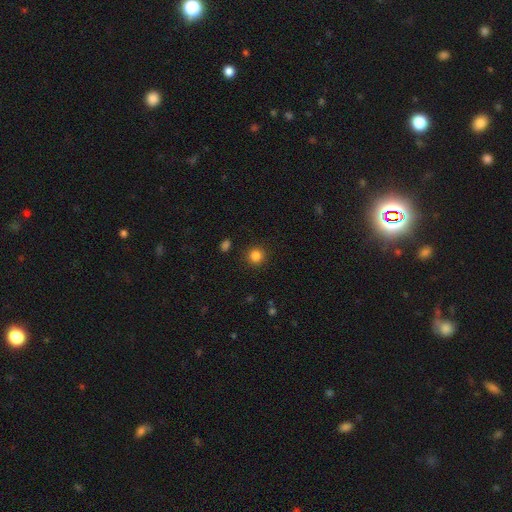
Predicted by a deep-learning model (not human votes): A smooth galaxy with no disk features (84%) that is round (93%).

Vote fractions:
- Smooth or featured? smooth: 84% / star or artifact: 12% / featured or disk: 4%
- How rounded? round: 93% / in between: 6% / cigar-shaped: 1%
- Merging? none: 91% / minor disturbance: 6% / major disturbance: 2% / merger: 1%